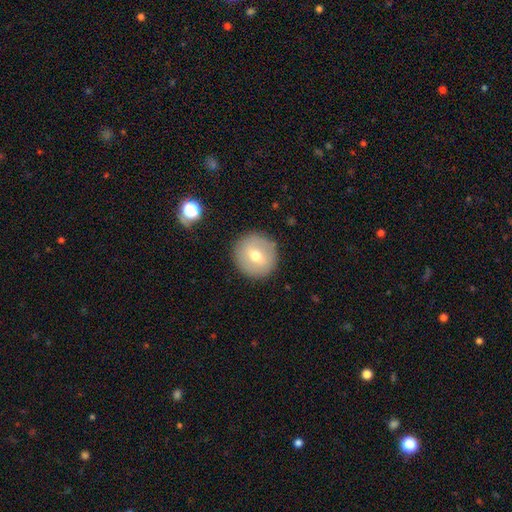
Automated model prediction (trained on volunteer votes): Q: Smooth or featured?
A: smooth (64%); runner-up: featured or disk (27%)
Q: How rounded?
A: round (94%); runner-up: in between (5%)
Q: Merging?
A: none (89%); runner-up: minor disturbance (7%)